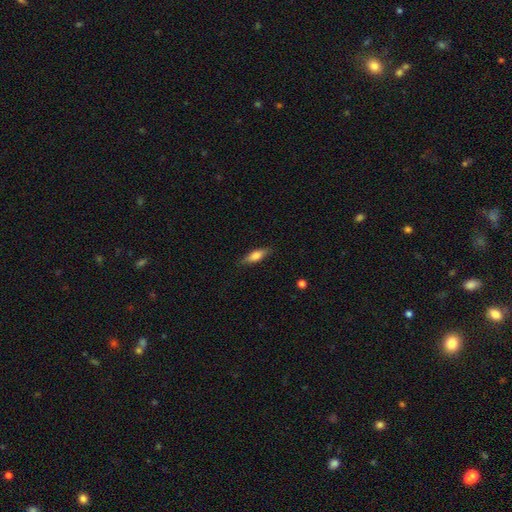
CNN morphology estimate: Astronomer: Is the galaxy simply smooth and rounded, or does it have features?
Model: smooth — 72%.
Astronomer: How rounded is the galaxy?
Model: in between — 53% (runner-up: cigar-shaped, 44%).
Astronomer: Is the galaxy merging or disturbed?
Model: none — 84%.